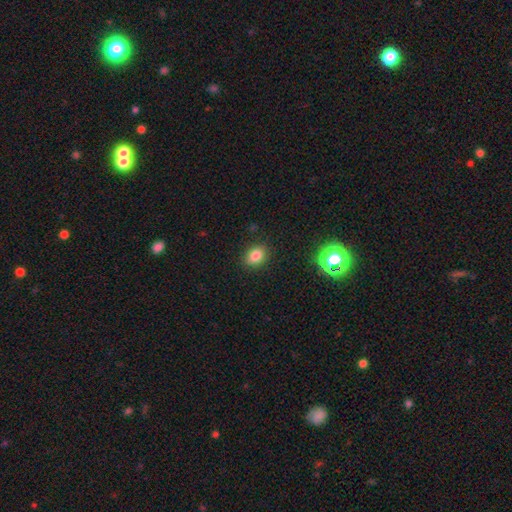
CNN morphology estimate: Smooth or featured? Predicted: smooth (p=0.83). How rounded? Predicted: in between (p=0.65). Merging? Predicted: none (p=0.87).